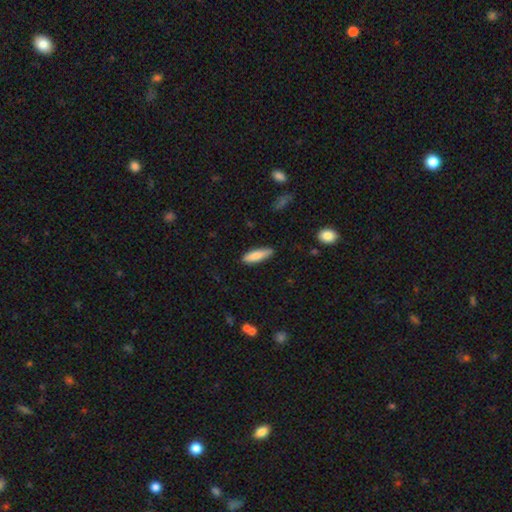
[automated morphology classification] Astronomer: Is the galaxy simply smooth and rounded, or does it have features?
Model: smooth — 81%.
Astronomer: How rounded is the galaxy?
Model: cigar-shaped — 59% (runner-up: in between, 40%).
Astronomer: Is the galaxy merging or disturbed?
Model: none — 84%.